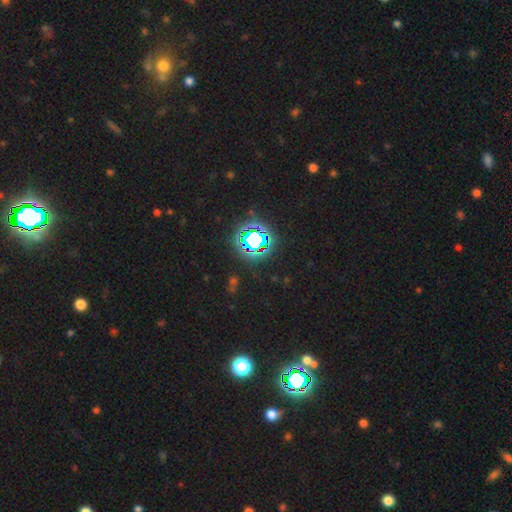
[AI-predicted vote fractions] A star or artifact, not a galaxy (82%).

Vote fractions:
- Smooth or featured? star or artifact: 82% / smooth: 11% / featured or disk: 7%